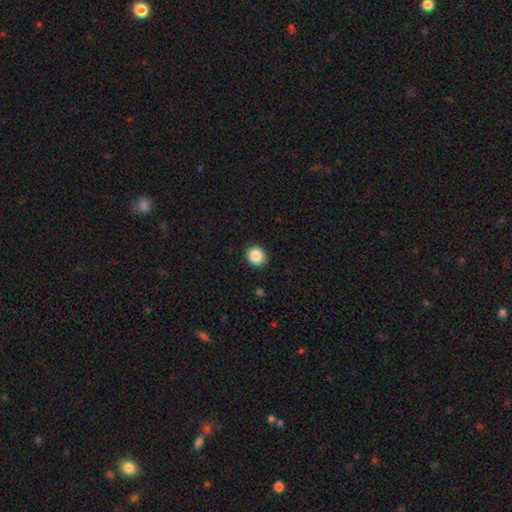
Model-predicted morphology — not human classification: smooth_or_featured: smooth (p=0.88) [alt: star or artifact p=0.09]
how_rounded: round (p=0.83) [alt: in between p=0.16]
merging: none (p=0.90) [alt: minor disturbance p=0.07]